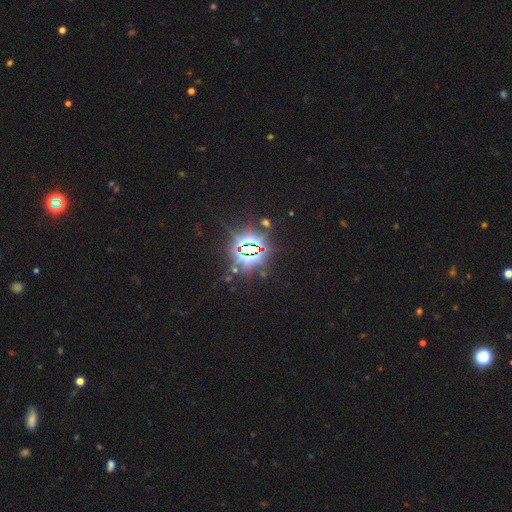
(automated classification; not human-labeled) This is clearly a star or artifact rather than a galaxy (86%).